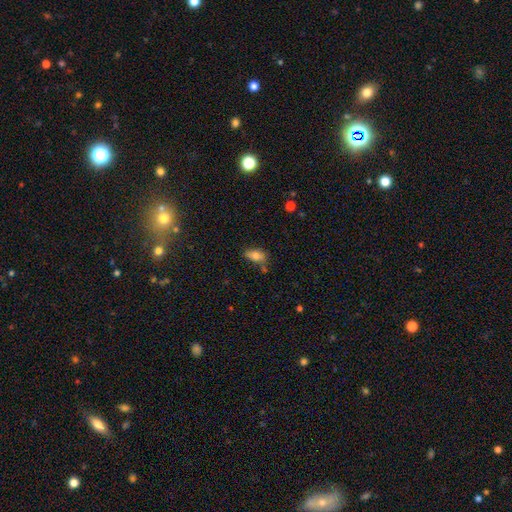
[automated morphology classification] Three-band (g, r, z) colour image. It shows a smooth galaxy with no disk features (77%) that is in between round and cigar-shaped (87%). Merging: none (63%).